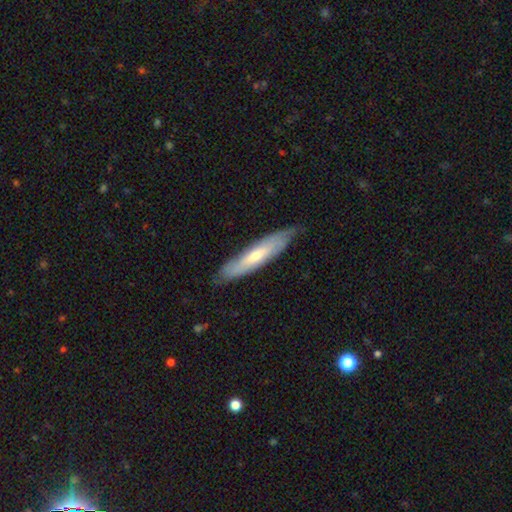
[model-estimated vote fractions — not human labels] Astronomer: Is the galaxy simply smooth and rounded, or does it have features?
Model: featured or disk — 48% (runner-up: smooth, 46%).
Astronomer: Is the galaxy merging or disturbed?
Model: none — 77%.